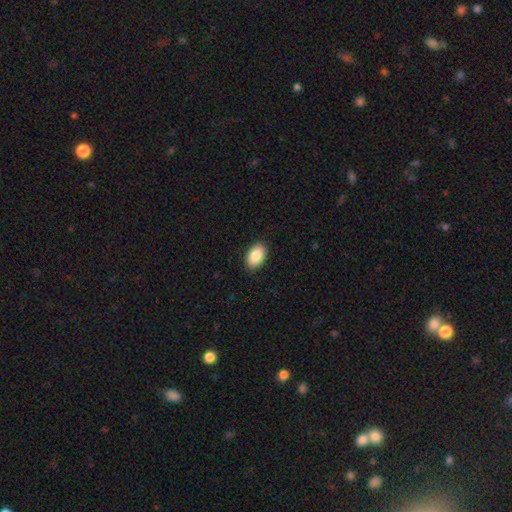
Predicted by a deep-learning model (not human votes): Smooth or featured: smooth — 87% (star or artifact — 7%)
How rounded: in between — 91% (round — 8%)
Merging: none — 89% (minor disturbance — 8%)